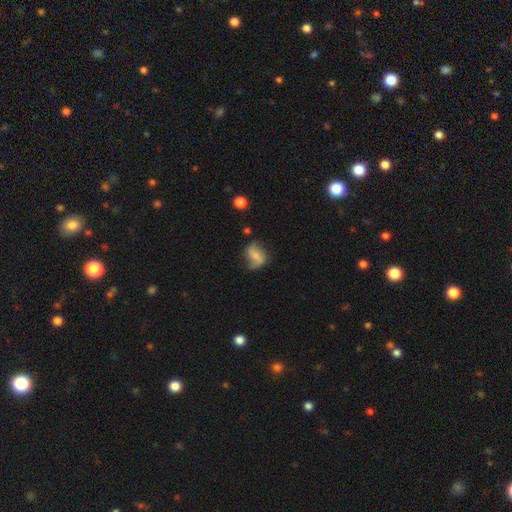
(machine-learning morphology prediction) This appears to be a smooth galaxy with no disk features (51%) that is in between round and cigar-shaped (66%). Merging: none (49%).